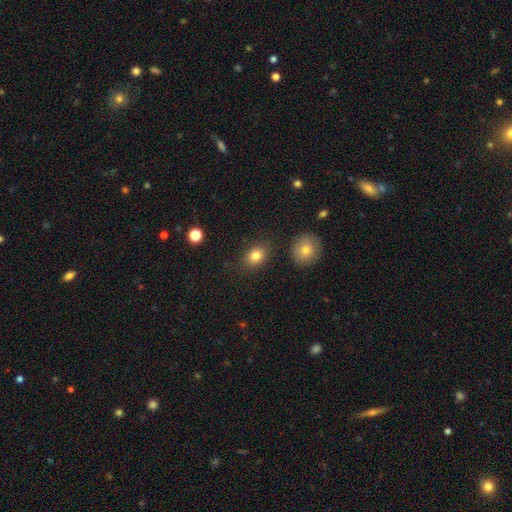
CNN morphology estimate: This appears to be a smooth galaxy with no disk features (82%) that is in between round and cigar-shaped (63%). Merging: none (83%).